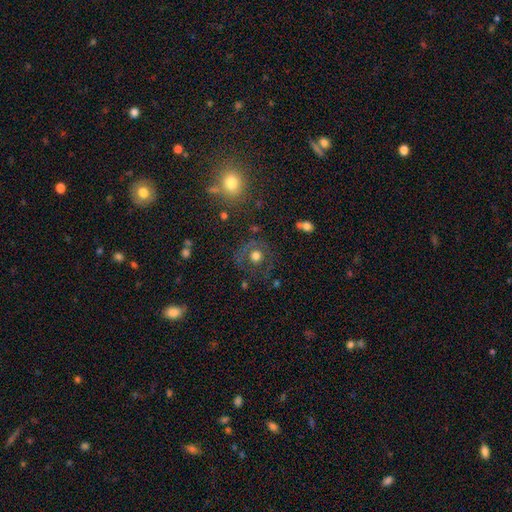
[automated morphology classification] Smooth or featured? Predicted: smooth (p=0.59). How rounded? Predicted: round (p=0.88). Merging? Predicted: none (p=0.75).